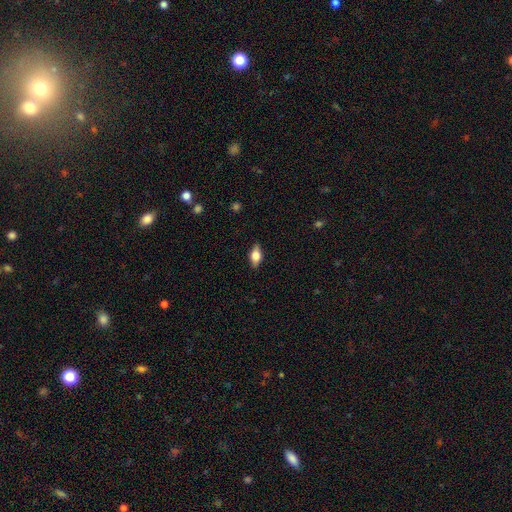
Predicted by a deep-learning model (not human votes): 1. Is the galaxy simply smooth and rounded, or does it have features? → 64% smooth, 28% featured or disk, 8% star or artifact.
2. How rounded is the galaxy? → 83% in between, 11% cigar-shaped, 6% round.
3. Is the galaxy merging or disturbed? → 85% none, 11% minor disturbance, 2% major disturbance, 1% merger.